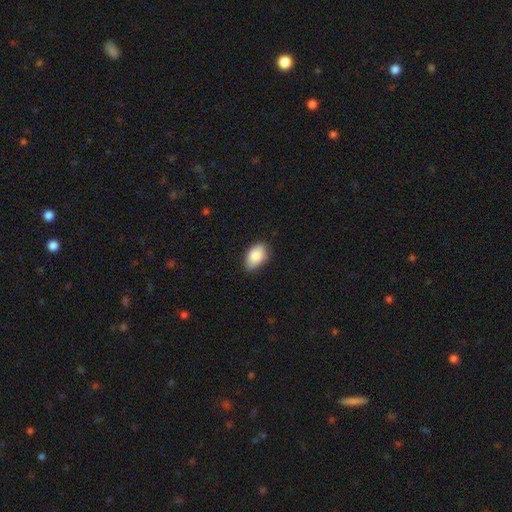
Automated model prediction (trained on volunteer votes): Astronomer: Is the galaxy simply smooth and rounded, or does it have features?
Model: smooth — 87%.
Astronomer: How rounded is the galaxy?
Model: in between — 91%.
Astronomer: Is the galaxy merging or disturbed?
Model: none — 76%.